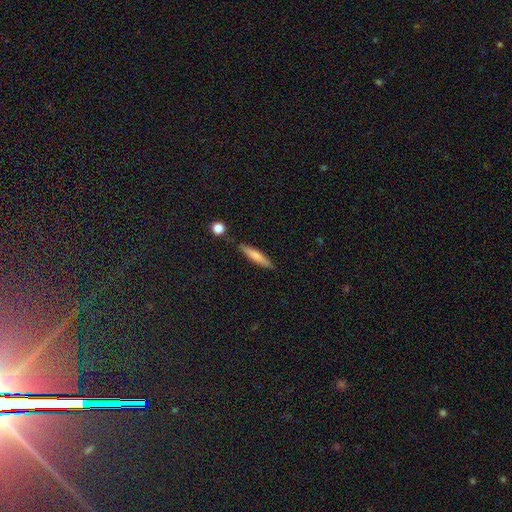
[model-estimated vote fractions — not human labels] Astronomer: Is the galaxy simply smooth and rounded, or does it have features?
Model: smooth — 71%.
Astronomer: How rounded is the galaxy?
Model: cigar-shaped — 89%.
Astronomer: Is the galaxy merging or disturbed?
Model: none — 84%.